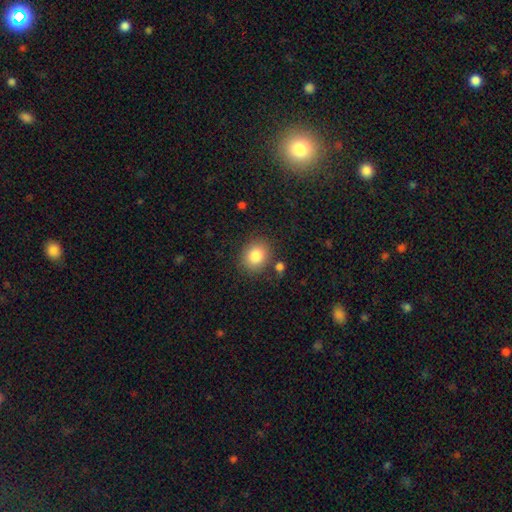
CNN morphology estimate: The model was most divided on "how rounded": round: 69%, in between: 30%, cigar-shaped: 1%. More confident: smooth or featured — smooth (85%); merging — none (82%).